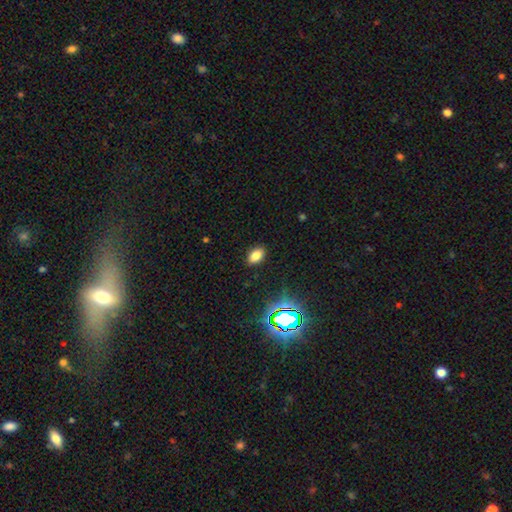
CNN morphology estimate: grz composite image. It shows a smooth galaxy with no disk features (78%) that is in between round and cigar-shaped (89%). Merging: none (88%).